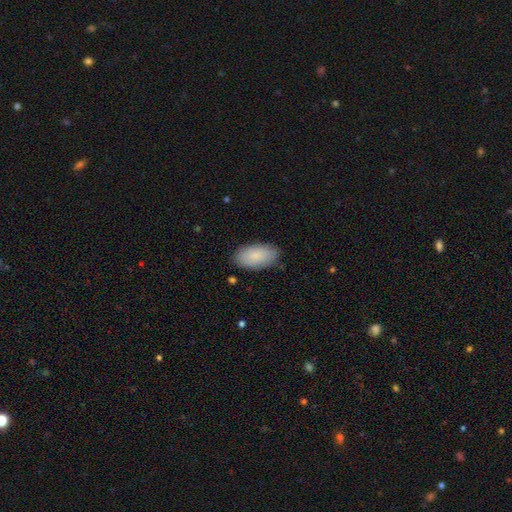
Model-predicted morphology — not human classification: Smooth or featured? smooth (86%)
How rounded? in between (95%)
Merging? none (85%)